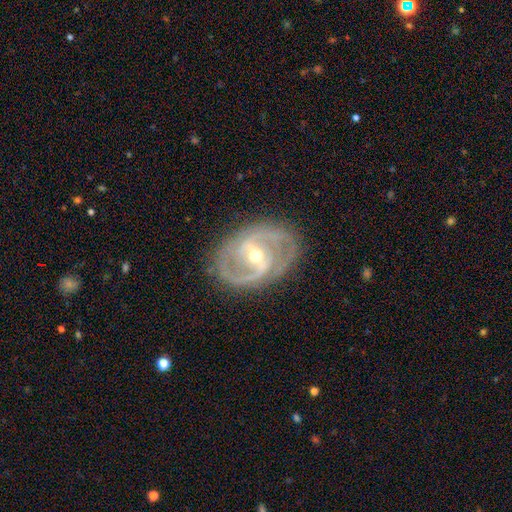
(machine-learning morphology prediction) Overall: featured or disk (89%). Edge-on disk: no (96%). Bar: weak (43%; strong 37%). Spiral arms: yes (94%). Spiral arm count: 2 (72%). Spiral winding: tight (45%; medium 44%). Bulge size: moderate (57%; small 39%). Merging: none (79%).